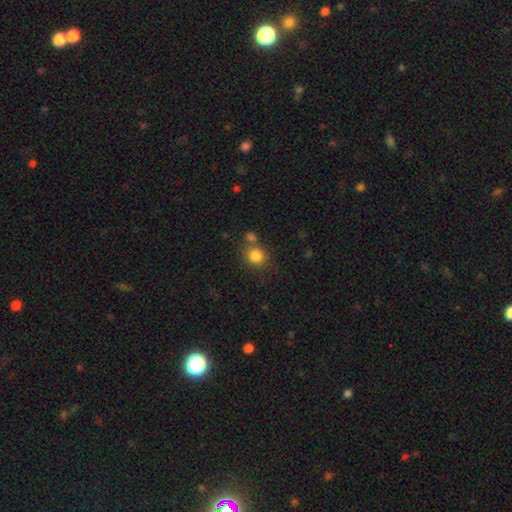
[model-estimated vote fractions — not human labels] This appears to be a smooth galaxy with no disk features (84%) that is round (87%). Merging: none (65%).